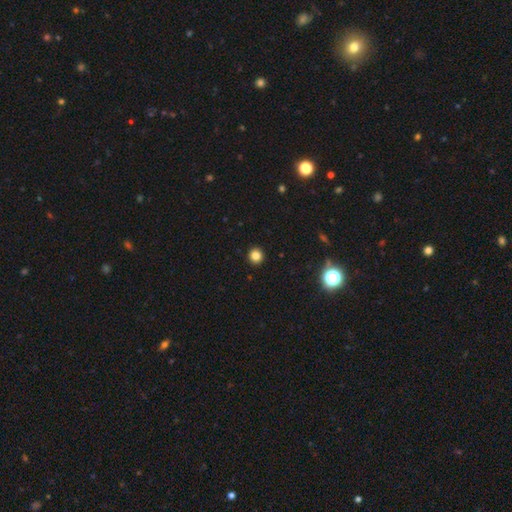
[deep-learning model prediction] A smooth galaxy with no disk features (83%) that is round (94%).

Vote fractions:
- Smooth or featured? smooth: 83% / star or artifact: 12% / featured or disk: 4%
- How rounded? round: 94% / in between: 6% / cigar-shaped: 1%
- Merging? none: 93% / minor disturbance: 4% / major disturbance: 1% / merger: 1%